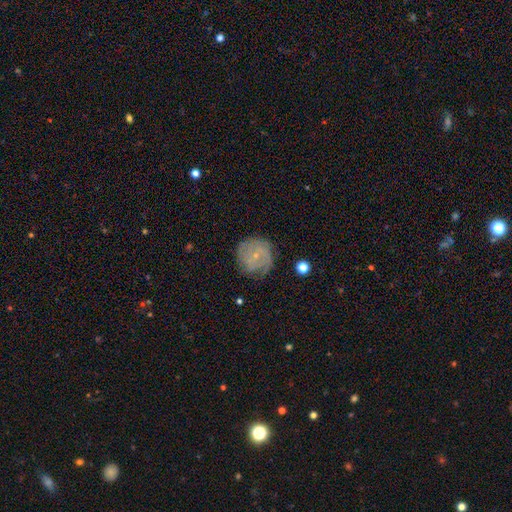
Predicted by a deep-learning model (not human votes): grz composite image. It shows a featured or disk galaxy (57%) with no bar (79%), spiral arms (79%) and a small central bulge (82%). Merging: none (68%).